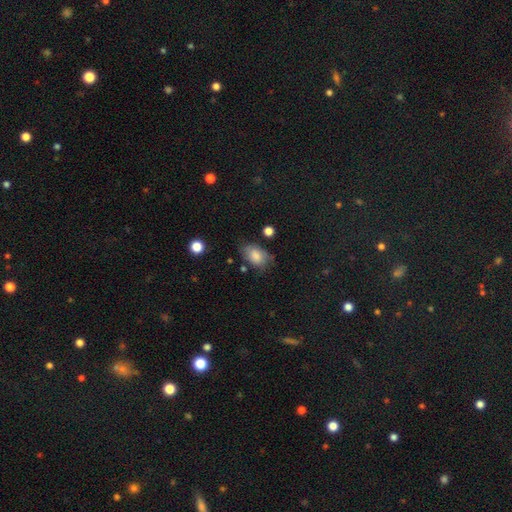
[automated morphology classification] smooth 79%, featured or disk 13%, star or artifact 8%. Down the decision tree: how rounded — in between (86%); merging — none (61%).